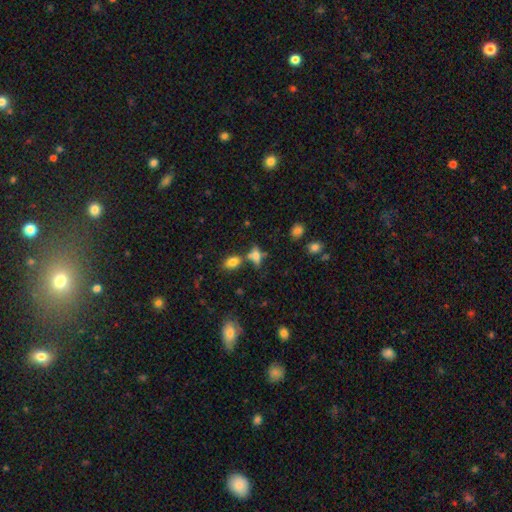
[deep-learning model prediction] Overall: smooth (62%; featured or disk 24%). How rounded: in between (70%). Merging: none (49%; merger 30%).